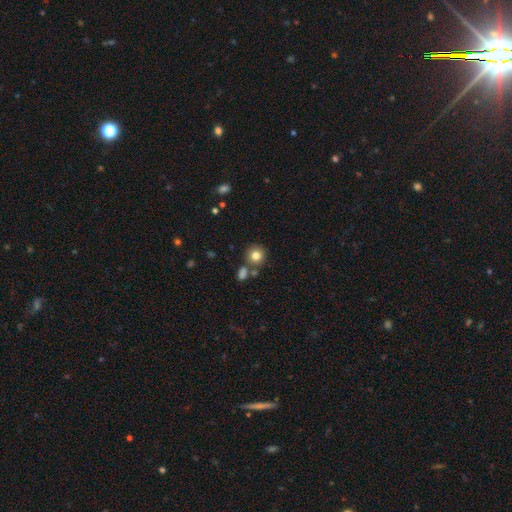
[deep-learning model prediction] smooth 81%, star or artifact 11%, featured or disk 8%. Down the decision tree: how rounded — round (89%); merging — none (74%).